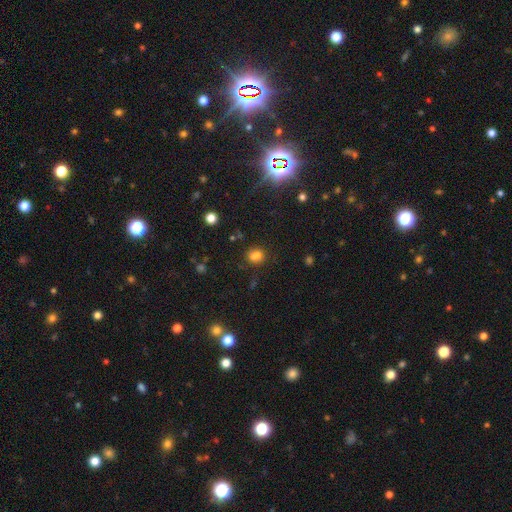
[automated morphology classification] Smooth or featured? smooth (75%)
How rounded? round (58%)
Merging? none (64%)